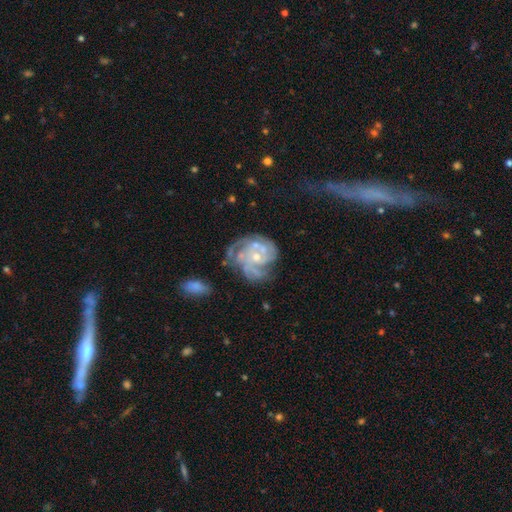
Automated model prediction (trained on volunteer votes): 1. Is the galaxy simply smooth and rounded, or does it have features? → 84% featured or disk, 10% smooth, 7% star or artifact.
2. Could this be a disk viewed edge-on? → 98% no, 2% yes.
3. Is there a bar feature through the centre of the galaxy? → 77% no, 20% weak, 4% strong.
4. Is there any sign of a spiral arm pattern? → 91% yes, 9% no.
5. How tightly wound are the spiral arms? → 56% tight, 33% medium, 10% loose.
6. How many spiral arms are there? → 30% 3, 28% can't tell, 17% 2, 14% 4, 6% 1, 6% more than 4.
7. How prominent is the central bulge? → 57% small, 36% moderate, 4% none, 2% large, 1% dominant.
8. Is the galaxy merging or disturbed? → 46% none, 21% minor disturbance, 18% major disturbance, 15% merger.